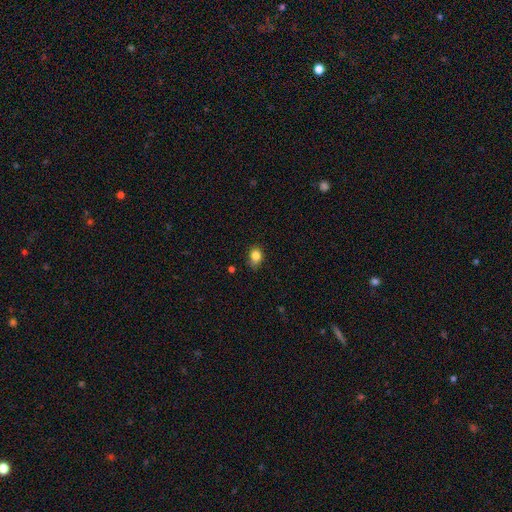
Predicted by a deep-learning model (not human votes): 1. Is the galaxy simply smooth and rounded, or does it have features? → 84% smooth, 10% star or artifact, 6% featured or disk.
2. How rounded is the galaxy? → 54% in between, 45% round, 1% cigar-shaped.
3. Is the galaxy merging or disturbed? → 64% none, 28% minor disturbance, 6% major disturbance, 2% merger.